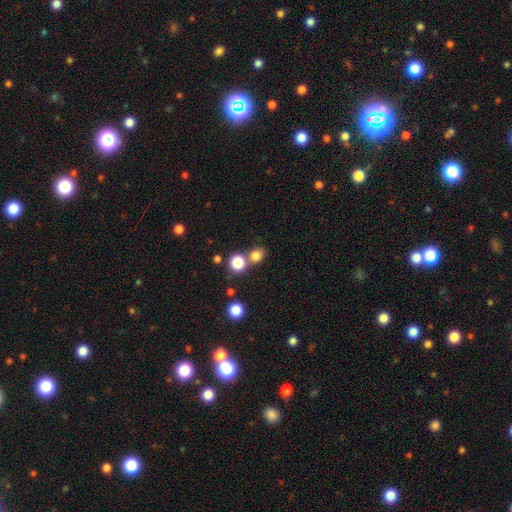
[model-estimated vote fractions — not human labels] A smooth galaxy with no disk features (78%) that is round (73%). Merging: none (62%).